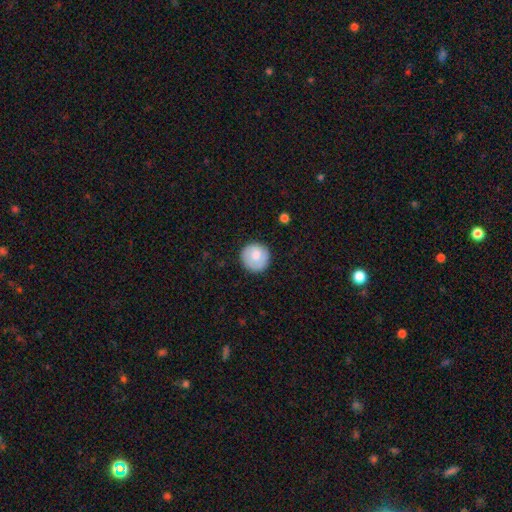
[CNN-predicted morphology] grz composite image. It shows a smooth galaxy with no disk features (79%) that is round (94%). Merging: none (86%).